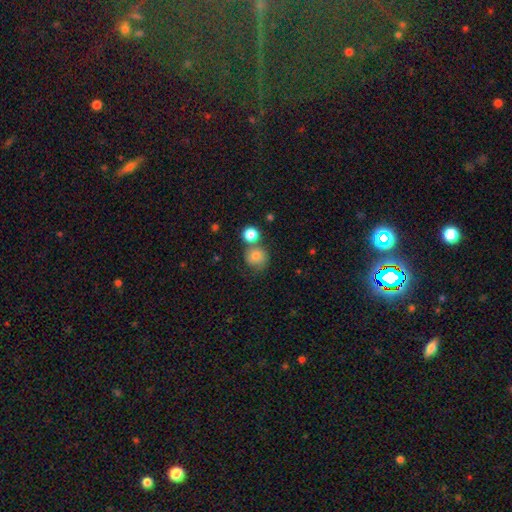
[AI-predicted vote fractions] smooth_or_featured: smooth (p=0.77) [alt: featured or disk p=0.13]
how_rounded: round (p=0.85) [alt: in between p=0.14]
merging: none (p=0.51) [alt: merger p=0.25]